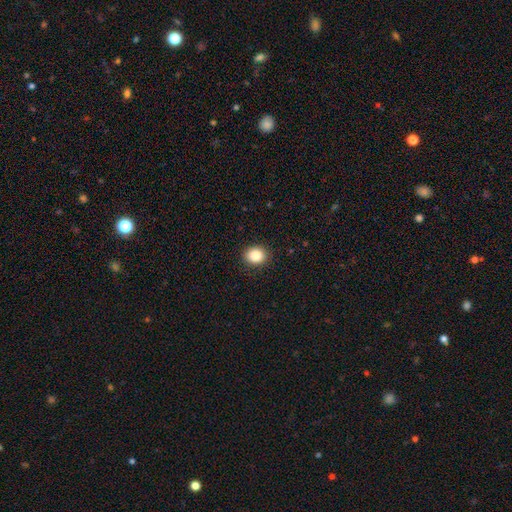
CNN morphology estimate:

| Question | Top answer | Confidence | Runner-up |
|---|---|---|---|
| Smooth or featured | smooth | 87% | star or artifact (9%) |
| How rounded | round | 63% | in between (36%) |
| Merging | none | 90% | minor disturbance (7%) |